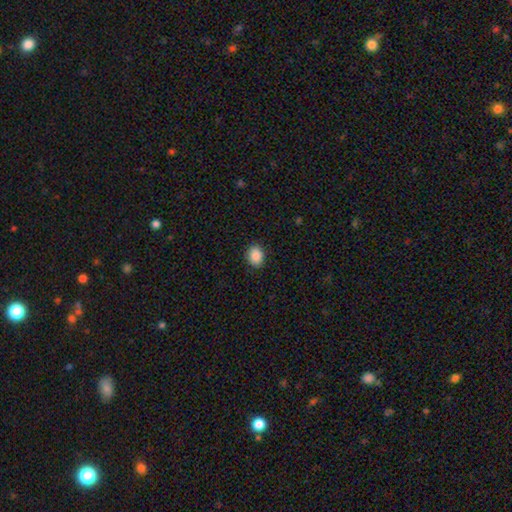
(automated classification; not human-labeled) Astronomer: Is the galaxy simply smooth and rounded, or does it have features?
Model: smooth — 89%.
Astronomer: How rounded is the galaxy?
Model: in between — 56% (runner-up: round, 43%).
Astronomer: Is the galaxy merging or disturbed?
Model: none — 89%.